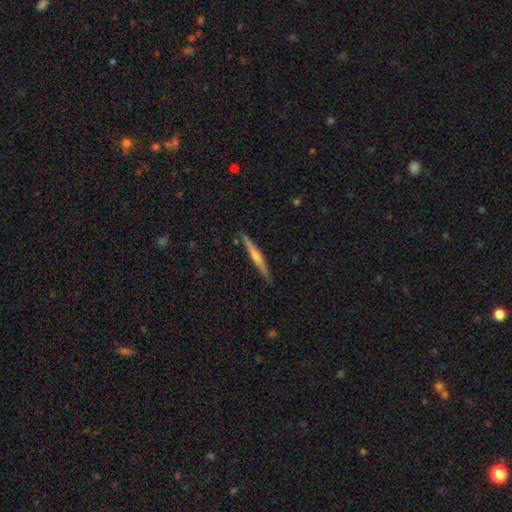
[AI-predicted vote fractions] featured or disk 65%, smooth 29%, star or artifact 6%. Down the decision tree: edge-on disk — yes (98%); edge-on bulge — rounded (59%); merging — none (91%).